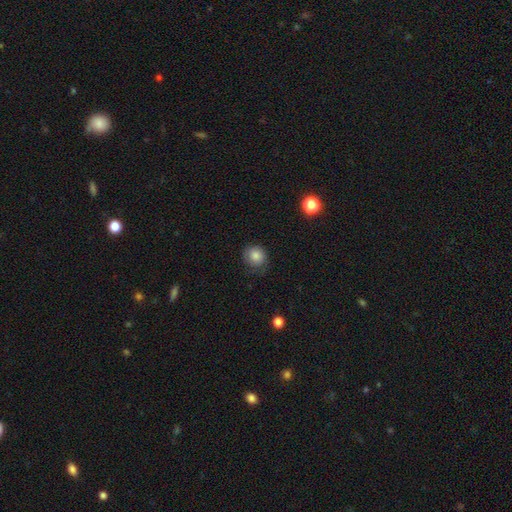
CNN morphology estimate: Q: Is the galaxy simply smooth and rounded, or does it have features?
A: smooth — 83%.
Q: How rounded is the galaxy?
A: round — 83%.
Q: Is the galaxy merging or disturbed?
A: none — 71%.